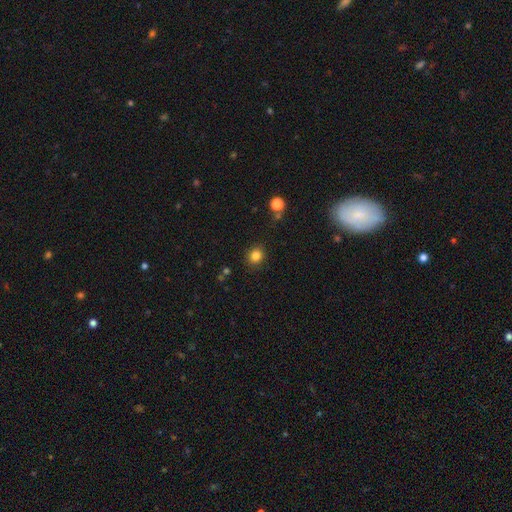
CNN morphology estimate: type=smooth (83%); roundness=round (79%); merging=none (87%).